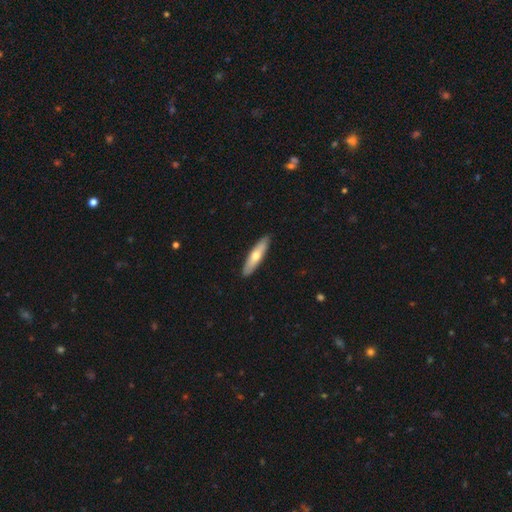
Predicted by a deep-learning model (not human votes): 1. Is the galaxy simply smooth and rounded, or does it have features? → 59% smooth, 37% featured or disk, 5% star or artifact.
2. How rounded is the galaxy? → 76% cigar-shaped, 22% in between, 2% round.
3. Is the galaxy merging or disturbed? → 91% none, 7% minor disturbance, 1% major disturbance, 1% merger.